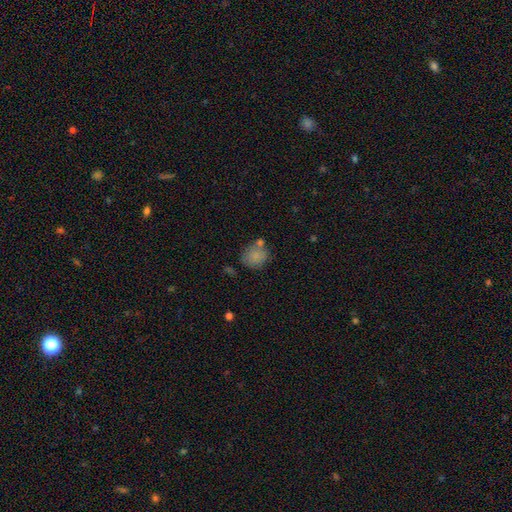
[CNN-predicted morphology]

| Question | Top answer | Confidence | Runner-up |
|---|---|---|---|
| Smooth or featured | smooth | 81% | featured or disk (10%) |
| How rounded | round | 72% | in between (27%) |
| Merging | none | 57% | merger (20%) |